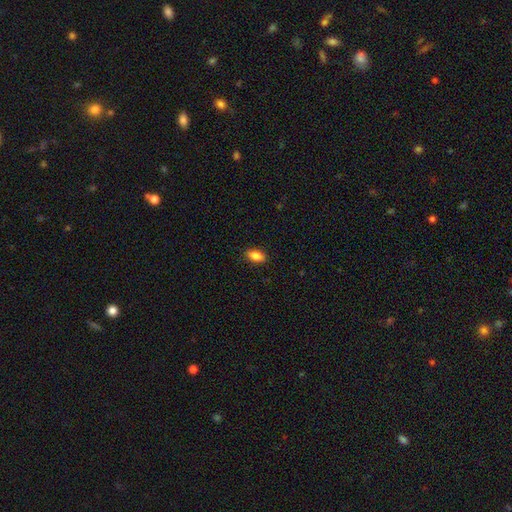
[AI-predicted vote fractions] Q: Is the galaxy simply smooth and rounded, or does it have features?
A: smooth — 85%.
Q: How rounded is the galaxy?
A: in between — 88%.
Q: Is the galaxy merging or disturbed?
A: none — 88%.